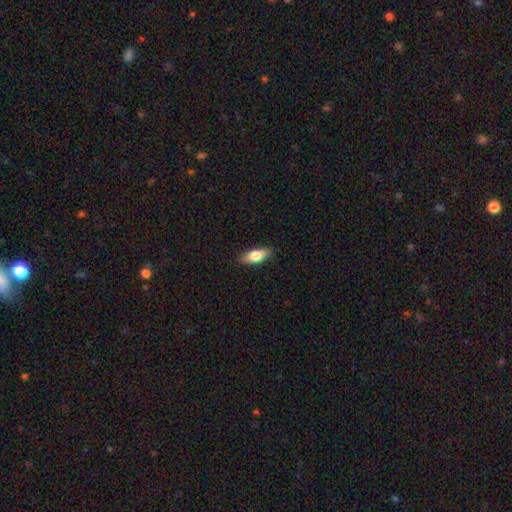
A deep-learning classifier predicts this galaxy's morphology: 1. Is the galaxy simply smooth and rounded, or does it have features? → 74% smooth, 19% featured or disk, 6% star or artifact.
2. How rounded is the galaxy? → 79% in between, 18% cigar-shaped, 3% round.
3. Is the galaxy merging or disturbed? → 88% none, 9% minor disturbance, 2% major disturbance, 1% merger.